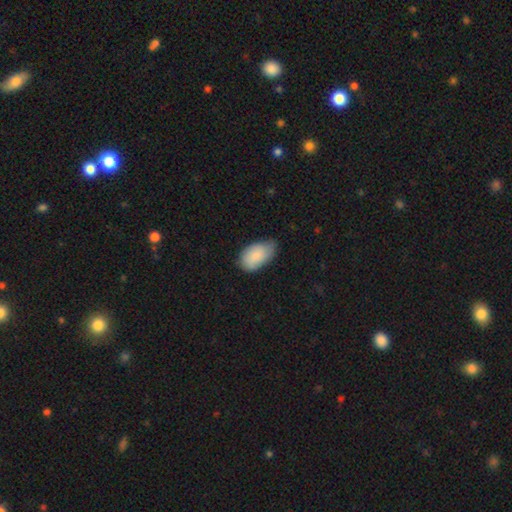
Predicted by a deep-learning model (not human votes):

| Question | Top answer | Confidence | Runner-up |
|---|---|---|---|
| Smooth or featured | smooth | 87% | featured or disk (8%) |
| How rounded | in between | 95% | round (4%) |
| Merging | none | 54% | minor disturbance (39%) |